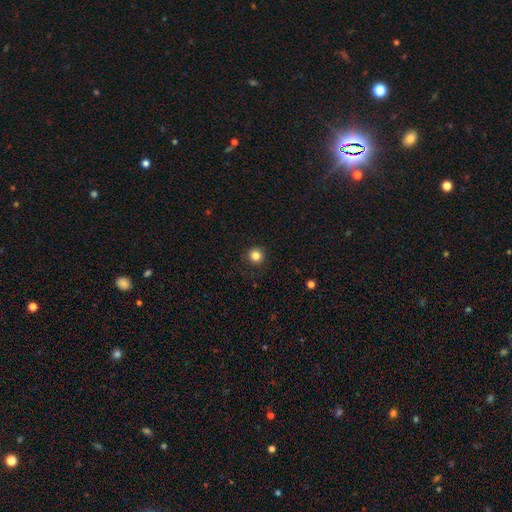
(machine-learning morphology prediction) Smooth or featured?
  - smooth: 84% *
  - star or artifact: 11%
  - featured or disk: 4%
How rounded?
  - round: 95% *
  - in between: 4%
  - cigar-shaped: 1%
Merging?
  - none: 91% *
  - minor disturbance: 6%
  - major disturbance: 2%
  - merger: 1%